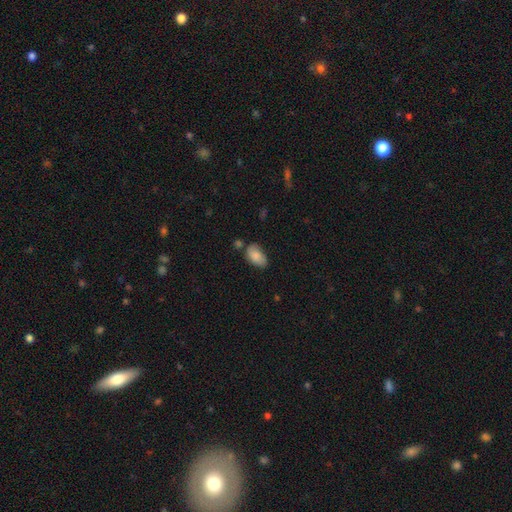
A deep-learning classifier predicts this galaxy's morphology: Q: Smooth or featured?
A: smooth (84%); runner-up: featured or disk (9%)
Q: How rounded?
A: in between (92%); runner-up: round (6%)
Q: Merging?
A: none (54%); runner-up: minor disturbance (31%)